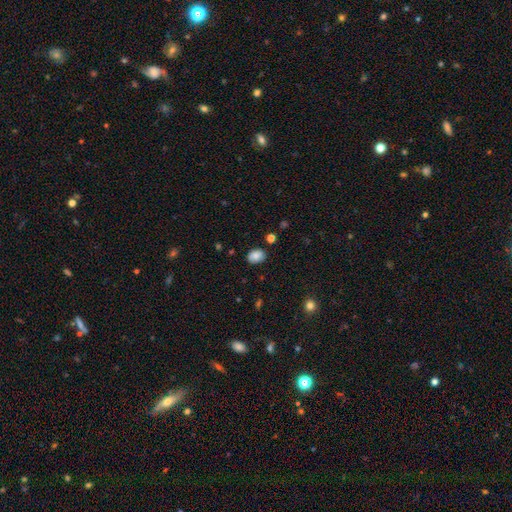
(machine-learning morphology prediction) Smooth or featured? Predicted: smooth (p=0.85). How rounded? Predicted: in between (p=0.72). Merging? Predicted: none (p=0.84).